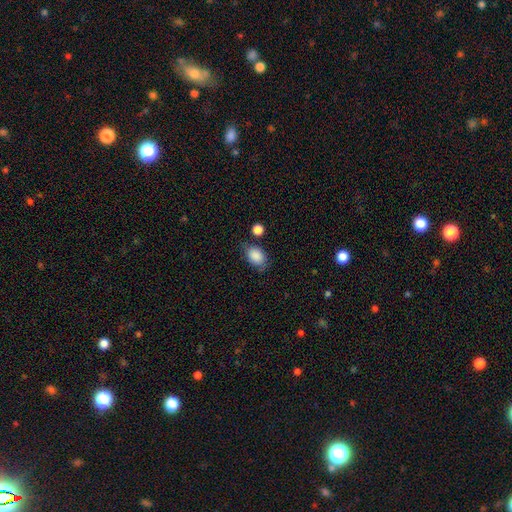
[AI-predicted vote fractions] A smooth galaxy with no disk features (87%) that is in between round and cigar-shaped (82%). Merging: none (67%).